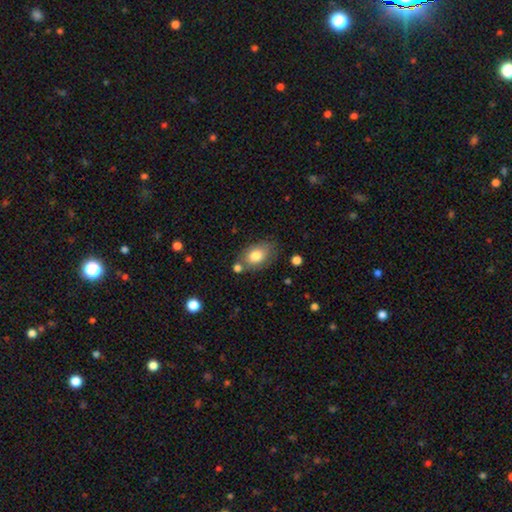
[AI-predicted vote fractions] smooth 79%, featured or disk 13%, star or artifact 7%. Down the decision tree: how rounded — in between (84%); merging — none (65%).